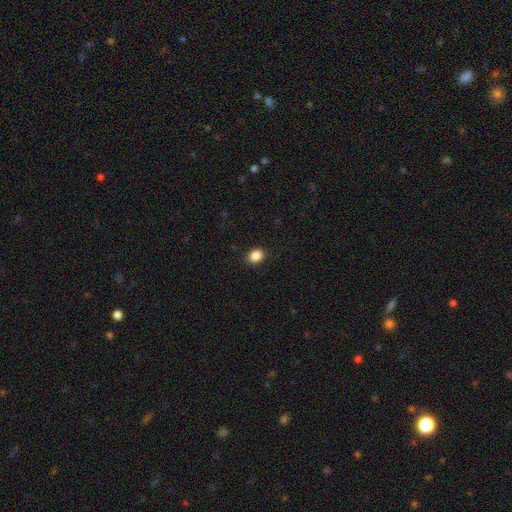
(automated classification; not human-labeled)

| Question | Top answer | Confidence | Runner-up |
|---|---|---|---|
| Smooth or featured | smooth | 87% | star or artifact (10%) |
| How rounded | in between | 50% | round (49%) |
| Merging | none | 90% | minor disturbance (7%) |